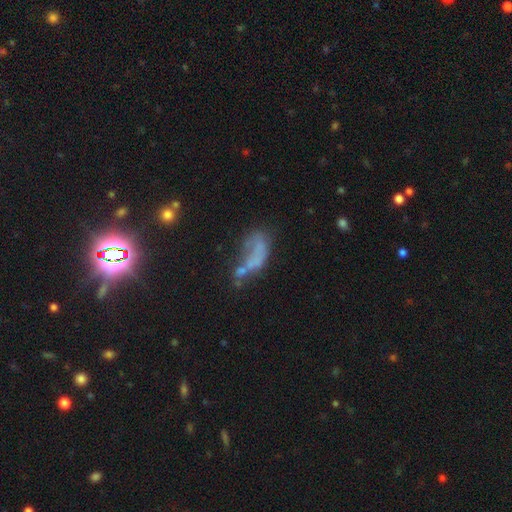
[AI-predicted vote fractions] Overall: smooth (41%; featured or disk 40%). Merging: major disturbance (35%; none 24%).